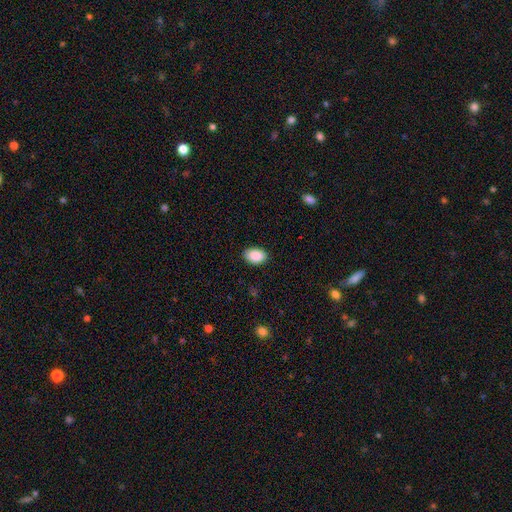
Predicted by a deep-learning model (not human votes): Q: Smooth or featured?
A: smooth (90%); runner-up: star or artifact (7%)
Q: How rounded?
A: in between (89%); runner-up: round (10%)
Q: Merging?
A: none (88%); runner-up: minor disturbance (9%)